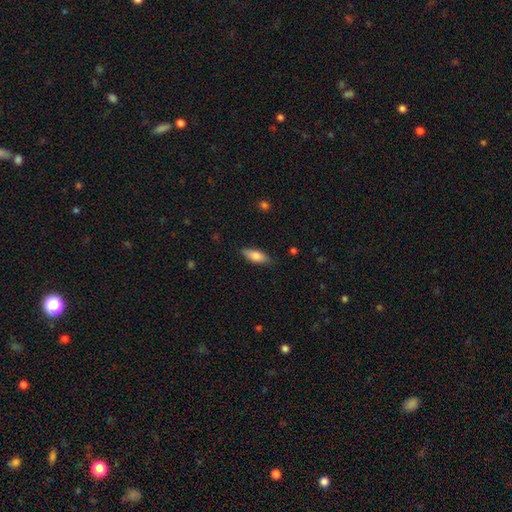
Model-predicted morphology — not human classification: A smooth galaxy with no disk features (80%) that is in between round and cigar-shaped (72%). Merging: none (82%).